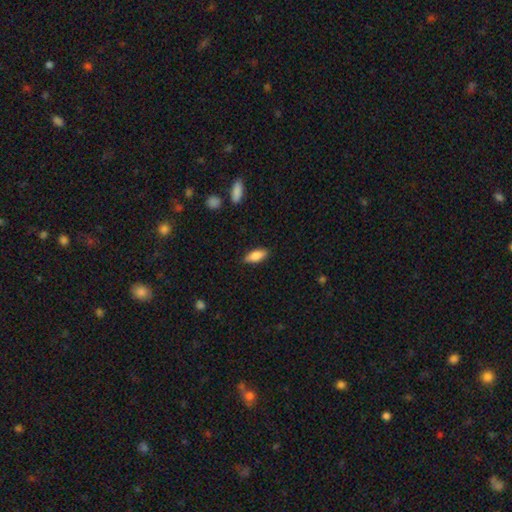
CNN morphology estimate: Smooth or featured? Predicted: smooth (p=0.82). How rounded? Predicted: in between (p=0.78). Merging? Predicted: none (p=0.86).